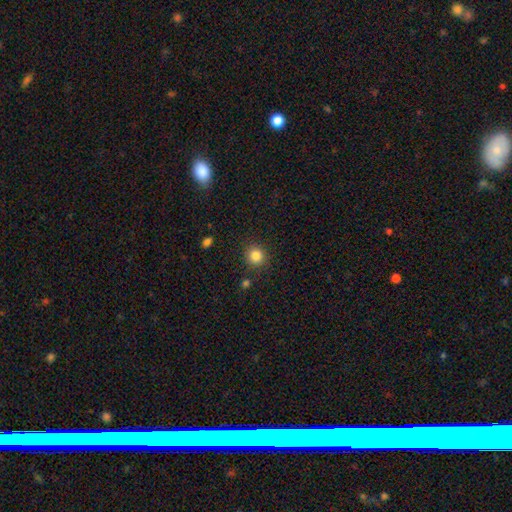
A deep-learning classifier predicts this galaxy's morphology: Smooth or featured? smooth (84%)
How rounded? round (91%)
Merging? none (87%)